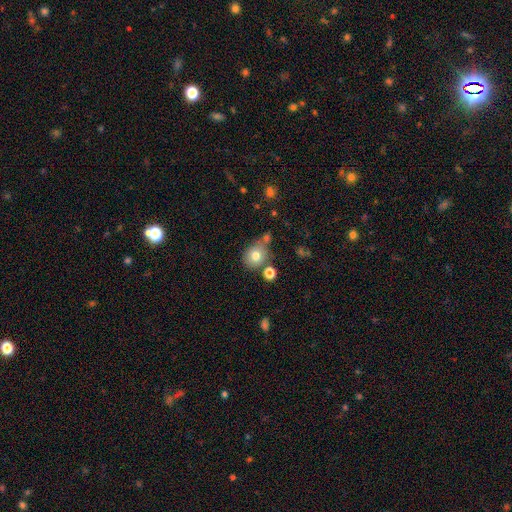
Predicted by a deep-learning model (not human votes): Morphology: type=smooth (75%); roundness=round (70%); merging=none (62%).